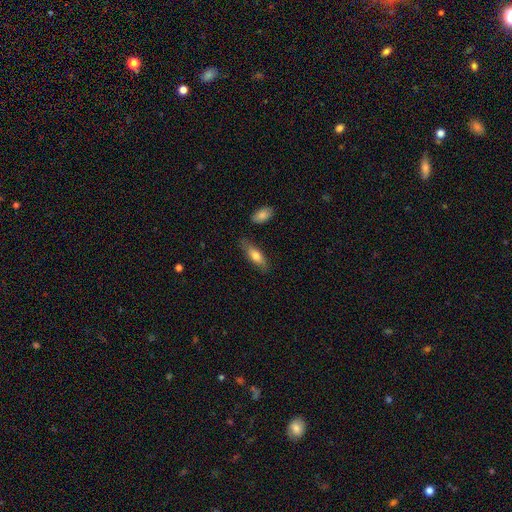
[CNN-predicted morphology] This appears to be a smooth galaxy with no disk features (71%) that is in between round and cigar-shaped (56%). Merging: none (77%).